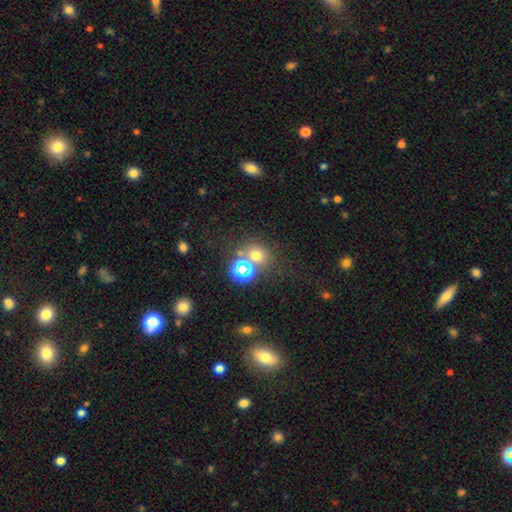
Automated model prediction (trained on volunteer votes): This appears to be a smooth galaxy with no disk features (61%) that is round (78%). Merging: none (63%).